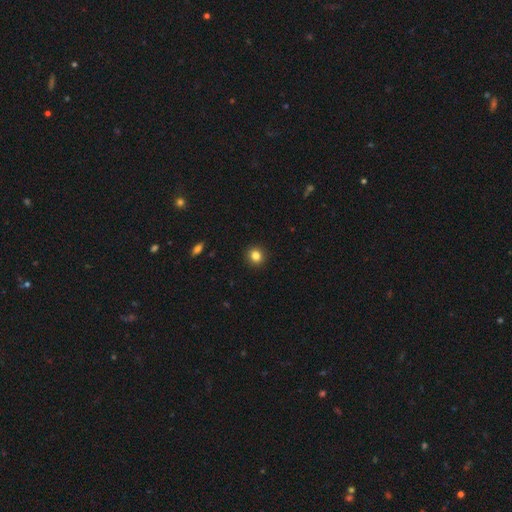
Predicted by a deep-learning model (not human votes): The model was most divided on "how rounded": round: 86%, in between: 13%, cigar-shaped: 1%. More confident: merging — none (92%); smooth or featured — smooth (84%).